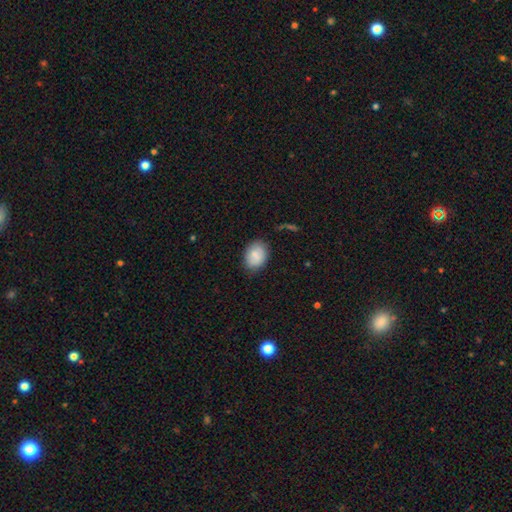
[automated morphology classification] The model was most divided on "how rounded": in between: 69%, round: 30%, cigar-shaped: 1%. More confident: smooth or featured — smooth (83%); merging — none (78%).